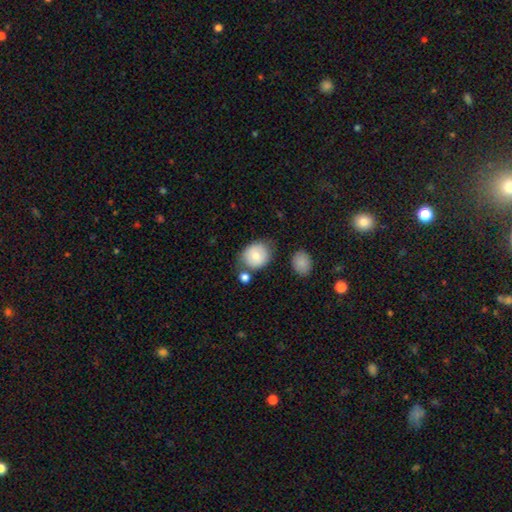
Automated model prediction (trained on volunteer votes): Smooth or featured?
  - smooth: 76% *
  - featured or disk: 16%
  - star or artifact: 8%
How rounded?
  - round: 72% *
  - in between: 27%
  - cigar-shaped: 1%
Merging?
  - none: 64% *
  - minor disturbance: 18%
  - merger: 12%
  - major disturbance: 5%